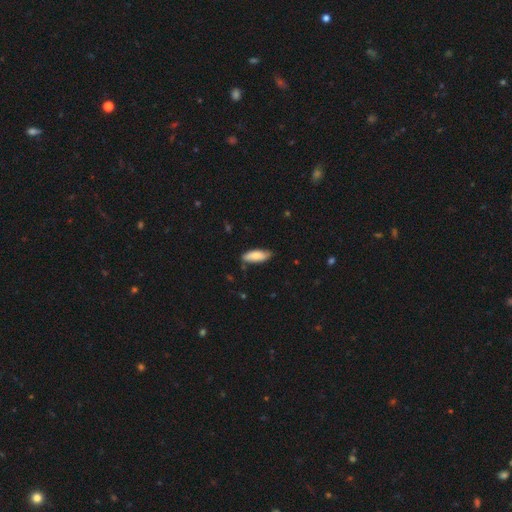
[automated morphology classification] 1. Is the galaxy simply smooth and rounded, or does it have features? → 80% smooth, 14% featured or disk, 6% star or artifact.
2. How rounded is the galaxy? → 68% in between, 30% cigar-shaped, 2% round.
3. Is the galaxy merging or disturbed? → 76% none, 20% minor disturbance, 3% major disturbance, 2% merger.